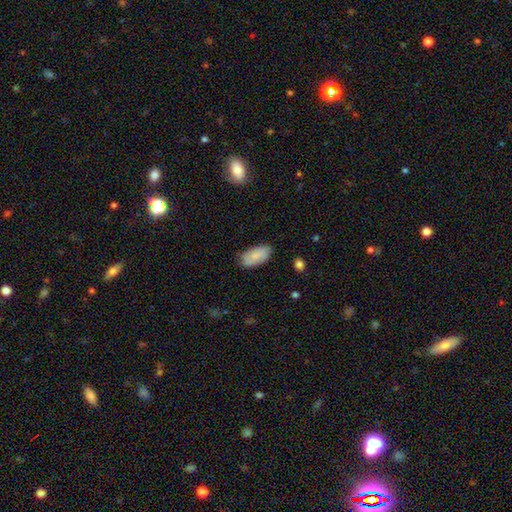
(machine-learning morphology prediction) Overall: smooth (81%). How rounded: in between (94%). Merging: none (79%).